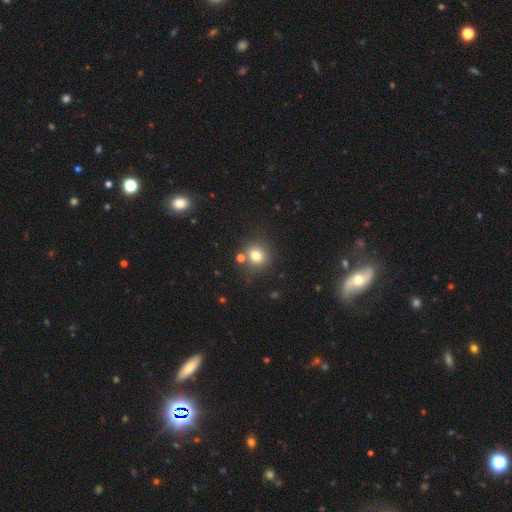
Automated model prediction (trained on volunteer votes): A smooth galaxy with no disk features (78%) that is round (83%).

Vote fractions:
- Smooth or featured? smooth: 78% / star or artifact: 14% / featured or disk: 9%
- How rounded? round: 83% / in between: 16% / cigar-shaped: 1%
- Merging? none: 74% / minor disturbance: 12% / merger: 11% / major disturbance: 4%